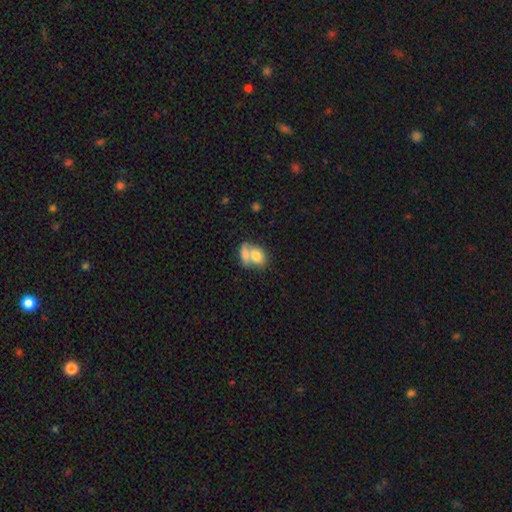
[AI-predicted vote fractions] Smooth or featured?
  - smooth: 77% *
  - featured or disk: 15%
  - star or artifact: 7%
How rounded?
  - in between: 74% *
  - round: 24%
  - cigar-shaped: 2%
Merging?
  - merger: 65% *
  - none: 23%
  - minor disturbance: 7%
  - major disturbance: 5%